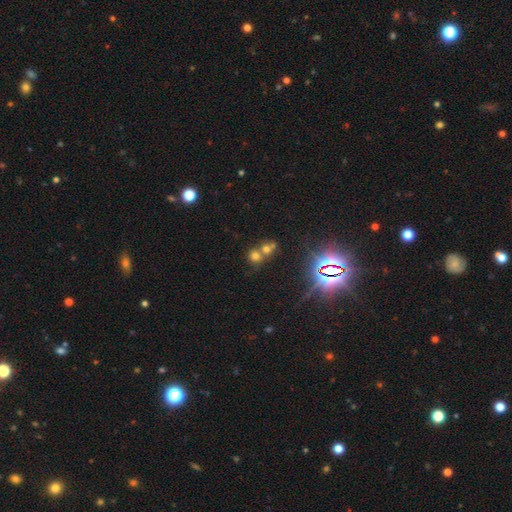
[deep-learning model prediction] Smooth or featured? smooth (58%)
How rounded? round (82%)
Merging? merger (54%)